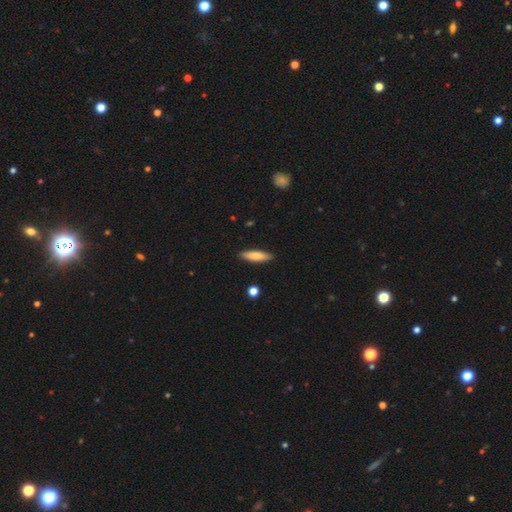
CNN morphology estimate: Smooth or featured? Predicted: smooth (p=0.76). How rounded? Predicted: cigar-shaped (p=0.68). Merging? Predicted: none (p=0.89).